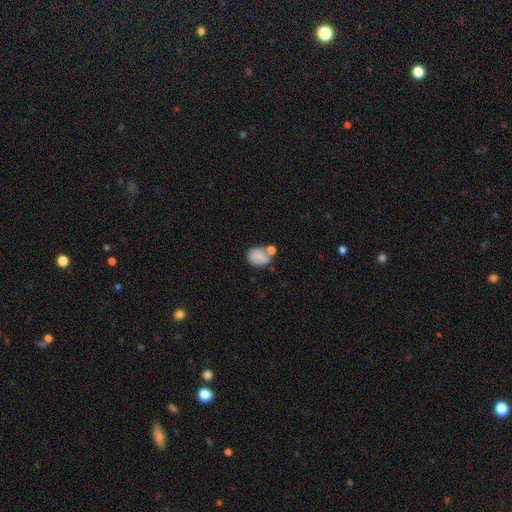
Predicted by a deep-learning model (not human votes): Q: Smooth or featured?
A: smooth (81%); runner-up: featured or disk (10%)
Q: How rounded?
A: in between (56%); runner-up: round (43%)
Q: Merging?
A: none (43%); runner-up: merger (33%)